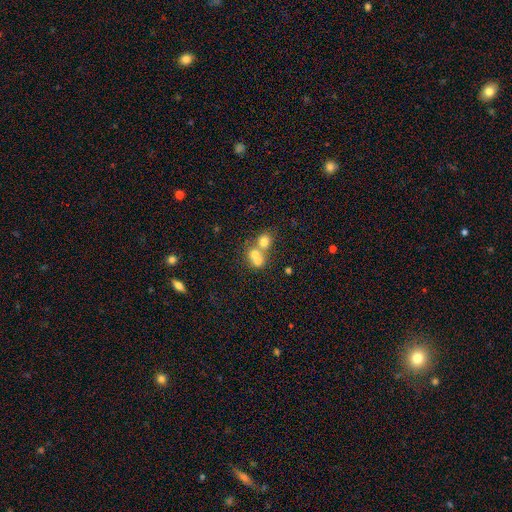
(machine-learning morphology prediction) A smooth galaxy with no disk features (65%) that is round (73%).

Vote fractions:
- Smooth or featured? smooth: 65% / featured or disk: 21% / star or artifact: 13%
- How rounded? round: 73% / in between: 26% / cigar-shaped: 1%
- Merging? merger: 66% / none: 26% / minor disturbance: 5% / major disturbance: 3%